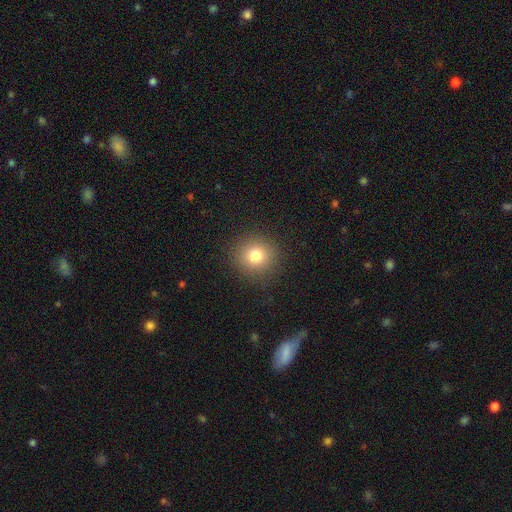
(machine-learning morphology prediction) smooth_or_featured: smooth (p=0.79) [alt: star or artifact p=0.13]
how_rounded: round (p=0.91) [alt: in between p=0.08]
merging: none (p=0.89) [alt: minor disturbance p=0.07]